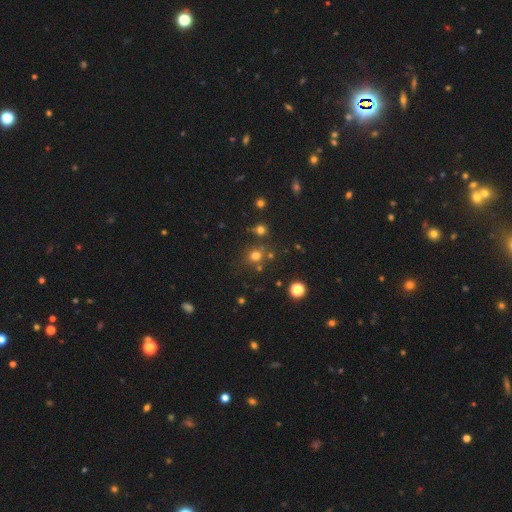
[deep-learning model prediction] Smooth or featured: smooth — 69% (star or artifact — 23%)
How rounded: round — 82% (in between — 17%)
Merging: none — 71% (merger — 13%)